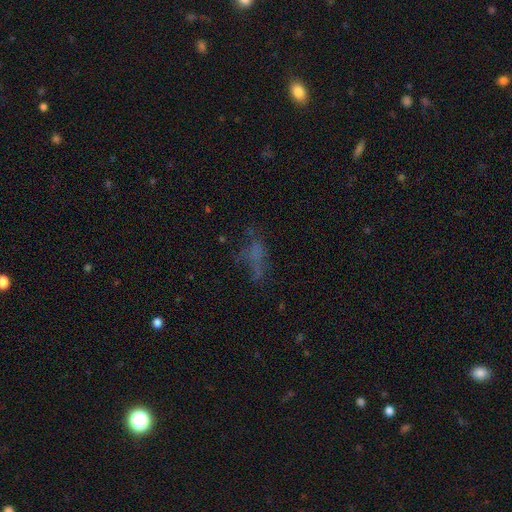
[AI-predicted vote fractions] Morphology: type=smooth (40%); merging=none (46%).